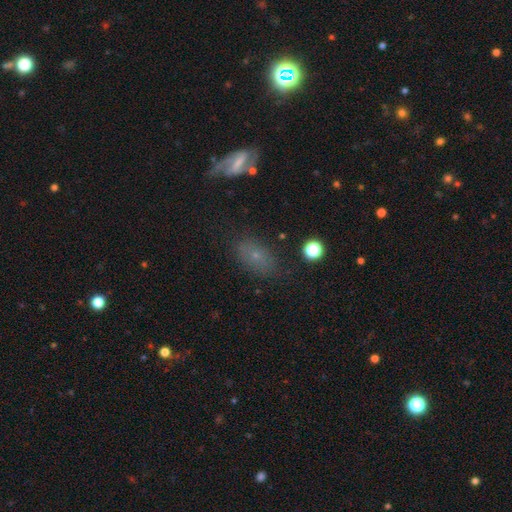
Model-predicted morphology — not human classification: Smooth or featured? Predicted: smooth (p=0.58). How rounded? Predicted: in between (p=0.84). Merging? Predicted: none (p=0.69).